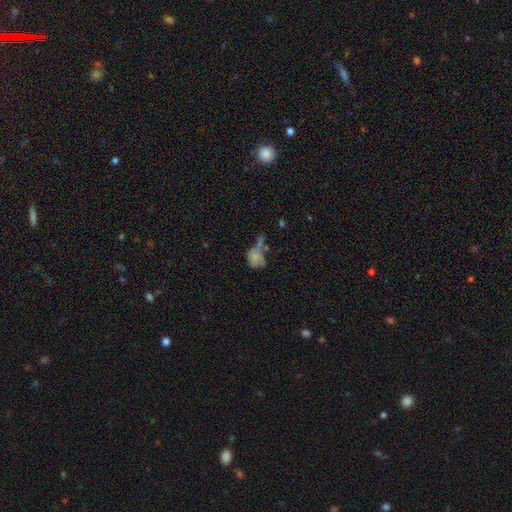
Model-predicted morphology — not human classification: The model was most divided on "merging": merger: 31%, major disturbance: 25%, none: 25%, minor disturbance: 19%. More confident: how rounded — in between (60%); smooth or featured — smooth (58%).